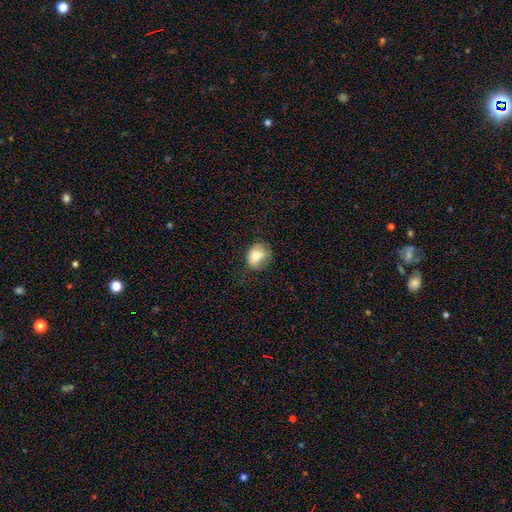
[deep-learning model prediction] Smooth or featured? Predicted: smooth (p=0.75). How rounded? Predicted: round (p=0.51). Merging? Predicted: none (p=0.54).